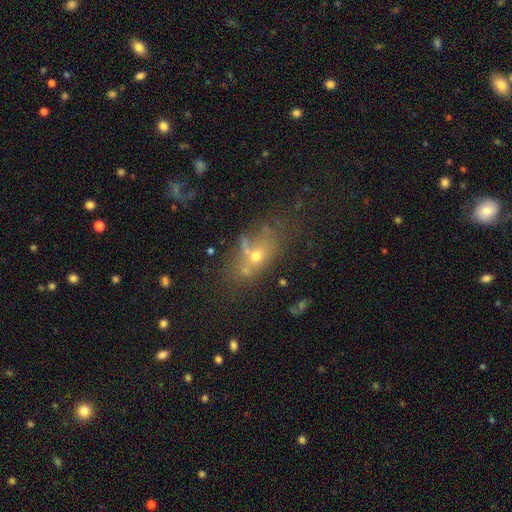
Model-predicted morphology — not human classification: Smooth or featured? smooth (52%)
How rounded? in between (62%)
Merging? none (42%)